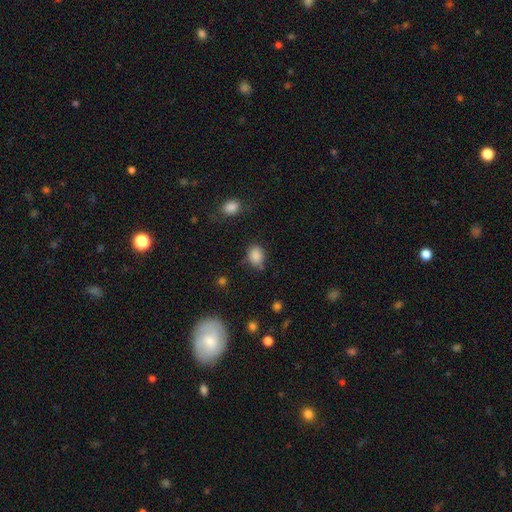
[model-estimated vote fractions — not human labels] Overall: smooth (85%). How rounded: in between (55%; round 44%). Merging: none (62%; minor disturbance 28%).